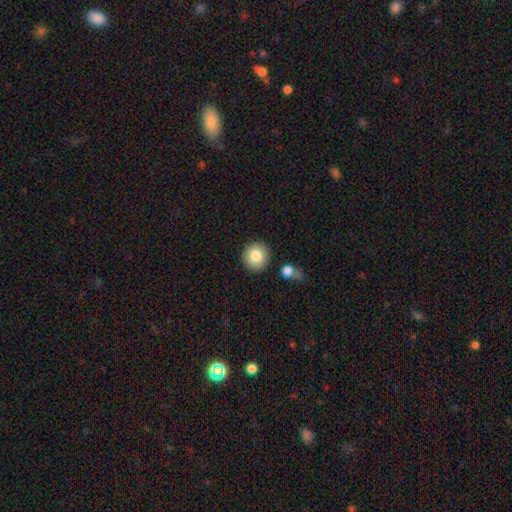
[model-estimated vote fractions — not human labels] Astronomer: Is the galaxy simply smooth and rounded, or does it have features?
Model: smooth — 82%.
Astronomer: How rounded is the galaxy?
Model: round — 91%.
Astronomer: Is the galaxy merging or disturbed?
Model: none — 86%.